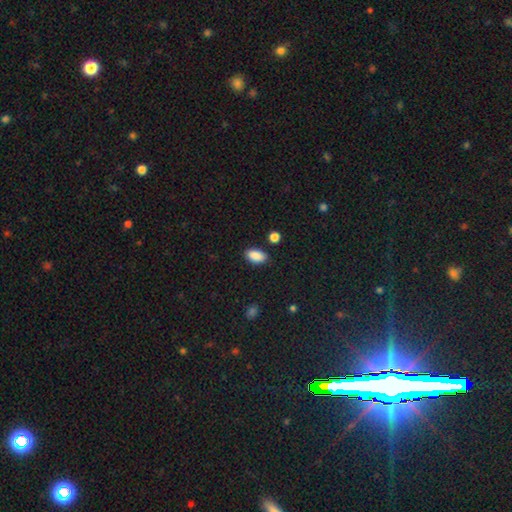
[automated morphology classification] A smooth galaxy with no disk features (89%) that is in between round and cigar-shaped (92%).

Vote fractions:
- Smooth or featured? smooth: 89% / star or artifact: 8% / featured or disk: 3%
- How rounded? in between: 92% / round: 5% / cigar-shaped: 3%
- Merging? none: 84% / minor disturbance: 11% / merger: 3% / major disturbance: 3%